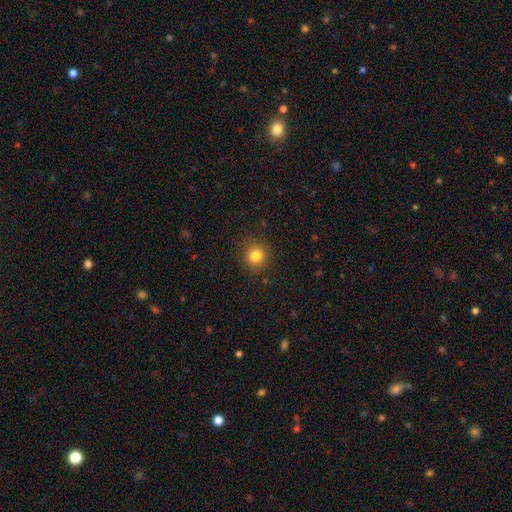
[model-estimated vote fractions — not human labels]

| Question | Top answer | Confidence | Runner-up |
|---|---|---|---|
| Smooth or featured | smooth | 82% | star or artifact (12%) |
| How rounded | round | 88% | in between (11%) |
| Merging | none | 89% | minor disturbance (7%) |